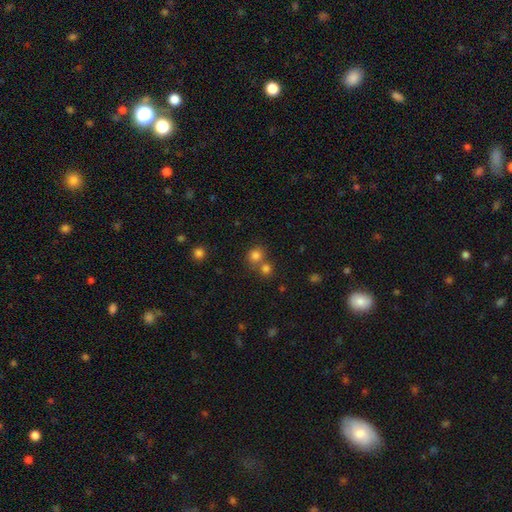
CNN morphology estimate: Overall: smooth (79%). How rounded: round (83%). Merging: none (57%; merger 33%).